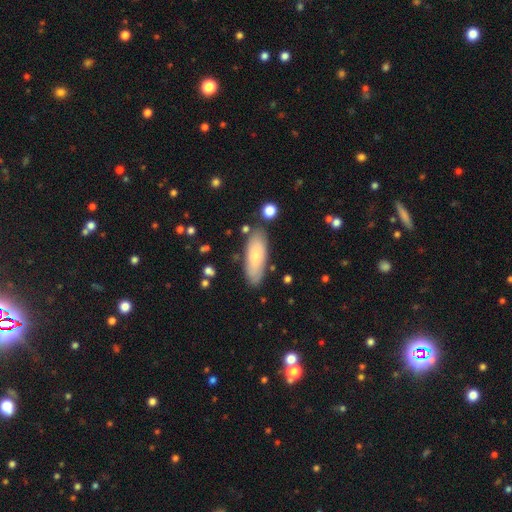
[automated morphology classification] This appears to be a smooth galaxy with no disk features (75%) that is in between round and cigar-shaped (64%). Merging: none (81%).